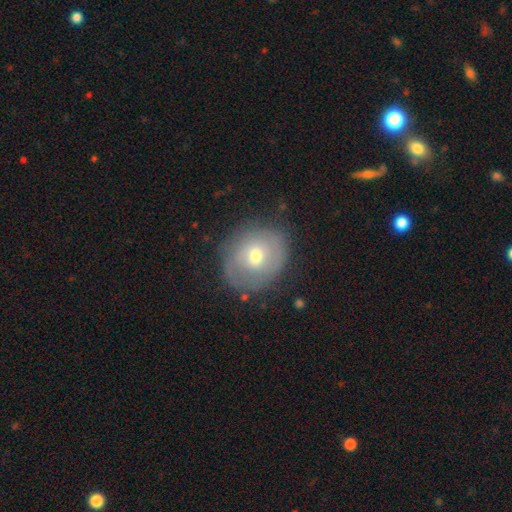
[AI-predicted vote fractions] Smooth or featured?
  - smooth: 48% *
  - featured or disk: 43%
  - star or artifact: 9%
Merging?
  - none: 75% *
  - minor disturbance: 17%
  - major disturbance: 6%
  - merger: 2%